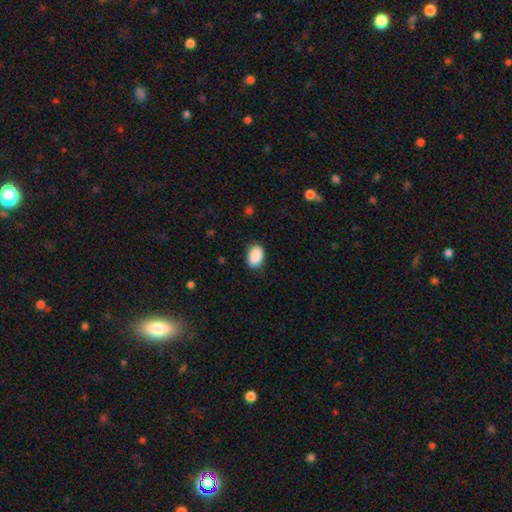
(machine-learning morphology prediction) A smooth galaxy with no disk features (90%) that is in between round and cigar-shaped (87%). Merging: none (84%).